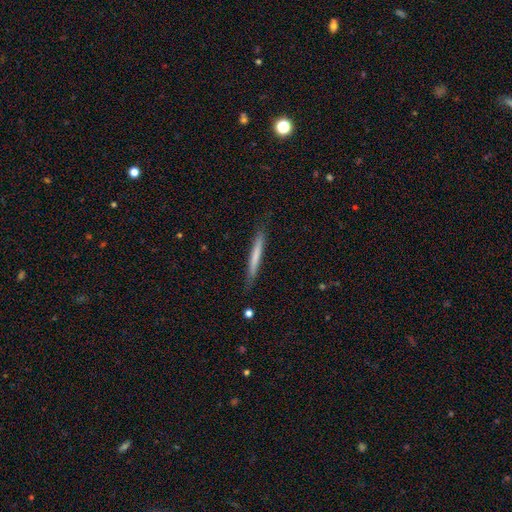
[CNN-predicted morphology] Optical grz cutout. It shows a smooth galaxy with no disk features (64%) that is cigar-shaped (97%). Merging: none (84%).